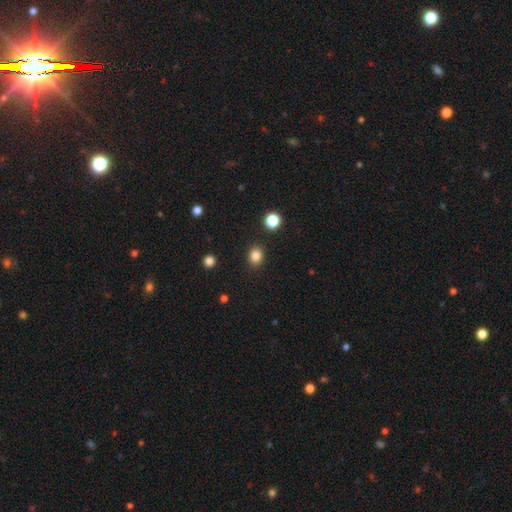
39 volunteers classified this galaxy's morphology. A smooth galaxy with no disk features (97%) that is round (66%). Merging: none (95%).